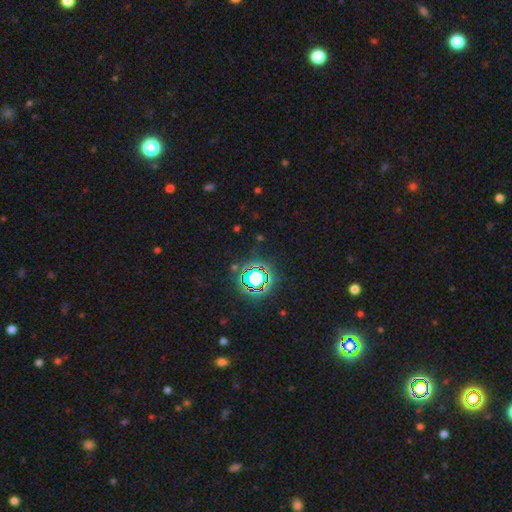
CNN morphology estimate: A star or artifact, not a galaxy (82%).